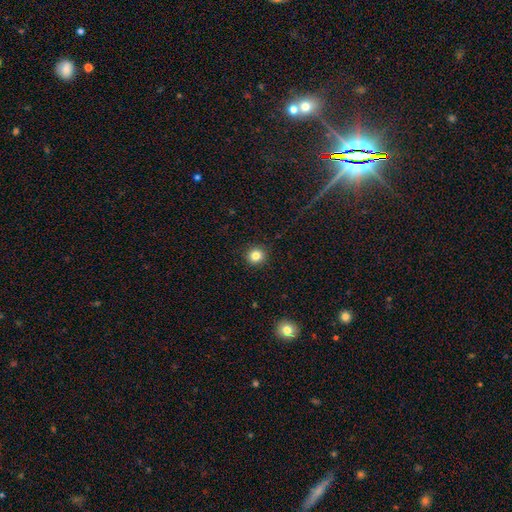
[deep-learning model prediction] A smooth galaxy with no disk features (83%) that is round (92%).

Vote fractions:
- Smooth or featured? smooth: 83% / star or artifact: 11% / featured or disk: 5%
- How rounded? round: 92% / in between: 7% / cigar-shaped: 1%
- Merging? none: 92% / minor disturbance: 6% / major disturbance: 2% / merger: 1%